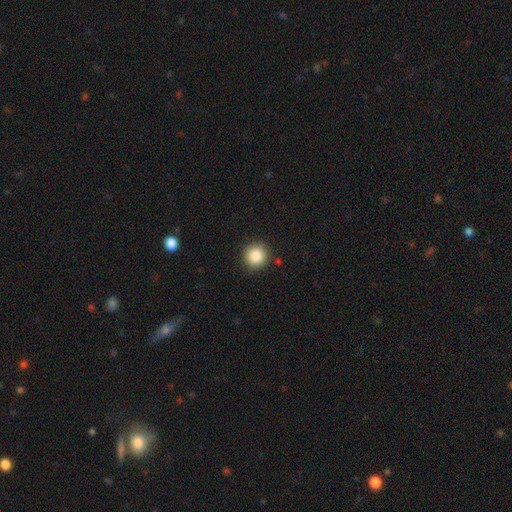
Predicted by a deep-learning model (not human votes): smooth_or_featured: smooth (p=0.87) [alt: star or artifact p=0.09]
how_rounded: round (p=0.93) [alt: in between p=0.06]
merging: none (p=0.89) [alt: minor disturbance p=0.07]